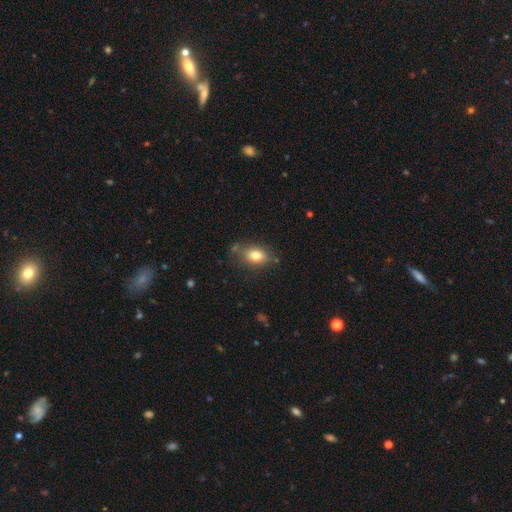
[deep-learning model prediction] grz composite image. It shows a smooth galaxy with no disk features (77%) that is in between round and cigar-shaped (77%). Merging: none (70%).